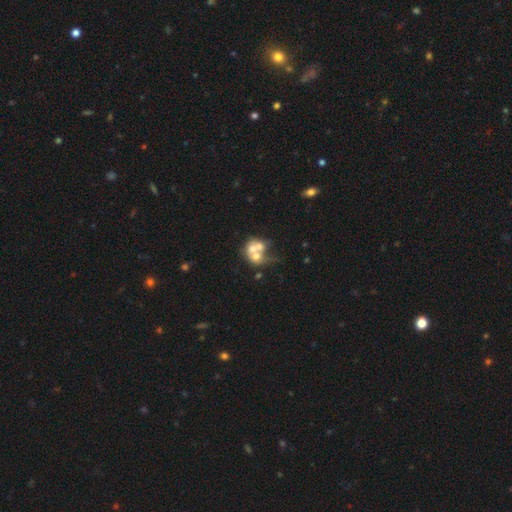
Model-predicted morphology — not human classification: Smooth or featured? smooth (45%)
Merging? merger (64%)